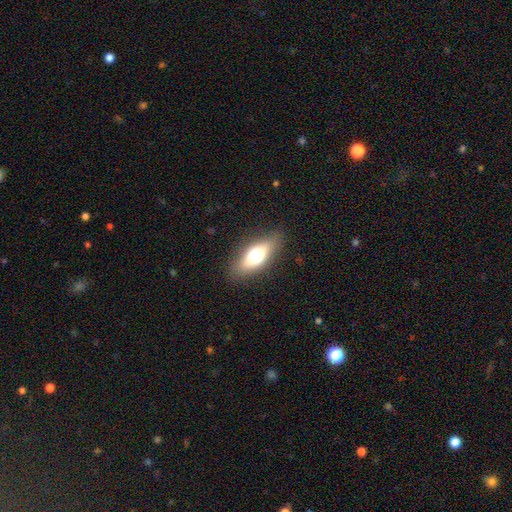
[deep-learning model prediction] smooth_or_featured: smooth (p=0.64) [alt: featured or disk p=0.28]
how_rounded: in between (p=0.70) [alt: cigar-shaped p=0.26]
merging: none (p=0.84) [alt: minor disturbance p=0.11]